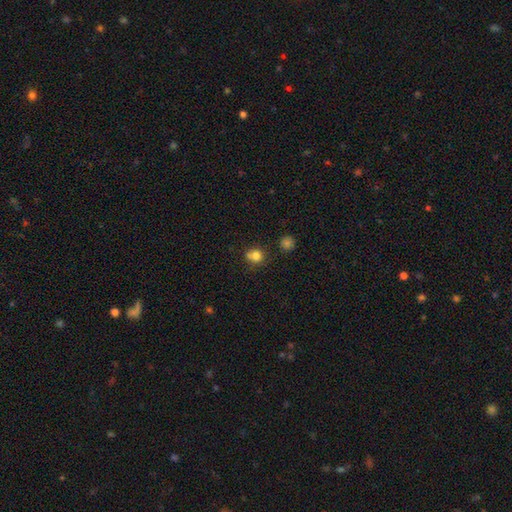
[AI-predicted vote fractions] Smooth or featured? smooth (79%)
How rounded? round (82%)
Merging? none (63%)